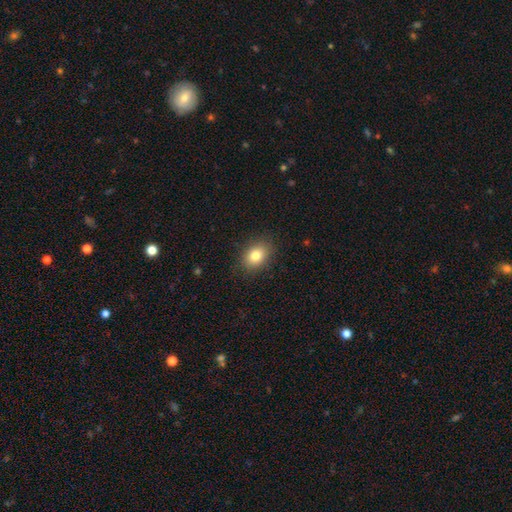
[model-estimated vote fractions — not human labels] Q: Smooth or featured?
A: smooth (82%); runner-up: star or artifact (10%)
Q: How rounded?
A: in between (71%); runner-up: round (28%)
Q: Merging?
A: none (87%); runner-up: minor disturbance (10%)